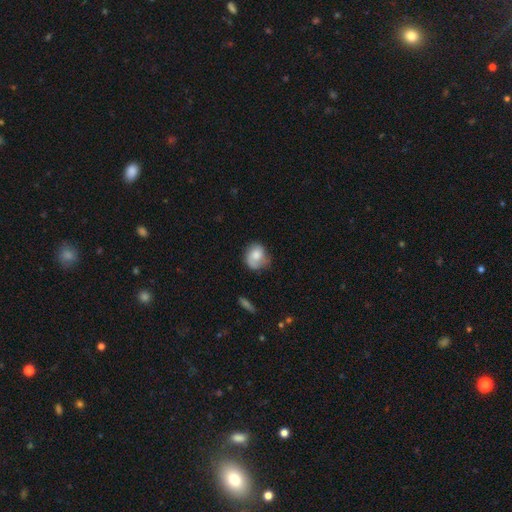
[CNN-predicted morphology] smooth 67%, featured or disk 25%, star or artifact 8%. Down the decision tree: how rounded — round (66%); merging — none (52%).